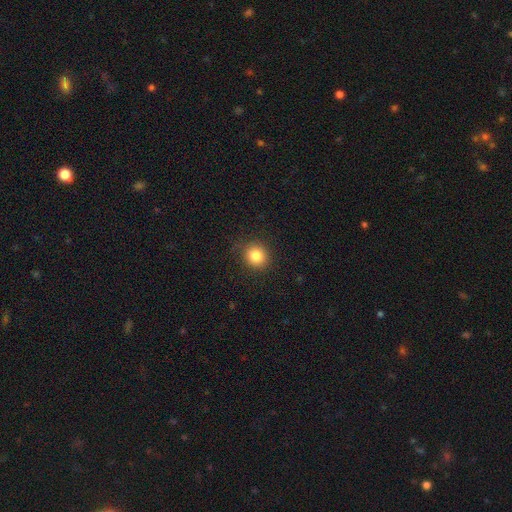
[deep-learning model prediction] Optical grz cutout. It shows a smooth galaxy with no disk features (83%) that is round (87%). Merging: none (87%).